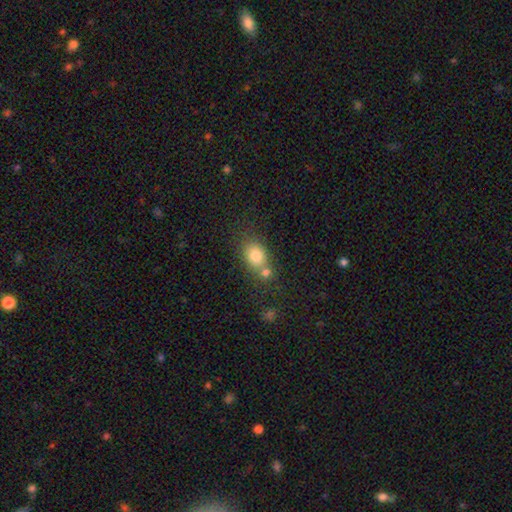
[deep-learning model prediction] smooth_or_featured: smooth (p=0.78) [alt: featured or disk p=0.11]
how_rounded: in between (p=0.56) [alt: round p=0.42]
merging: none (p=0.47) [alt: merger p=0.38]